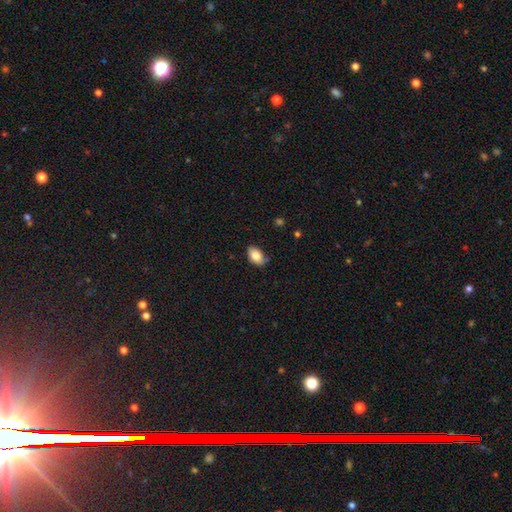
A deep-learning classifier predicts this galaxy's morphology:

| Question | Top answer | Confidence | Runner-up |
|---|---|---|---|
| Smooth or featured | smooth | 83% | featured or disk (9%) |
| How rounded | in between | 91% | round (8%) |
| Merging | none | 76% | minor disturbance (19%) |